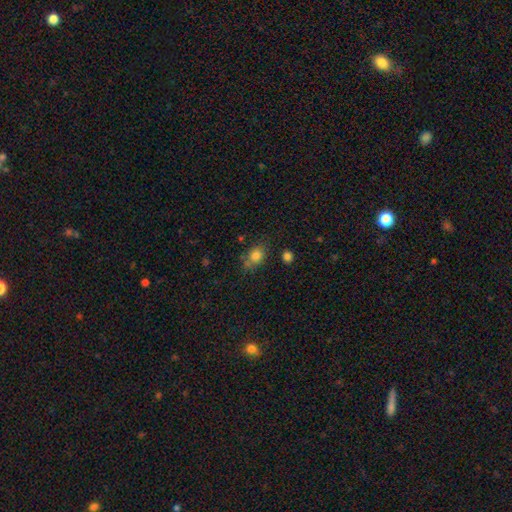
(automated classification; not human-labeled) Smooth or featured? smooth (81%)
How rounded? in between (57%)
Merging? none (64%)